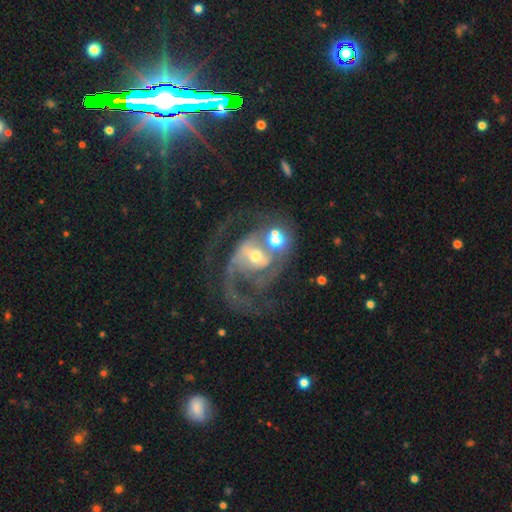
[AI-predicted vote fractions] Smooth or featured? Predicted: featured or disk (p=0.79). Edge-on disk? Predicted: no (p=0.97). Bar? Predicted: no (p=0.42). Spiral arms? Predicted: yes (p=0.82). Spiral winding? Predicted: medium (p=0.45). Spiral arm count? Predicted: 2 (p=0.51). Bulge size? Predicted: moderate (p=0.54). Merging? Predicted: major disturbance (p=0.31).